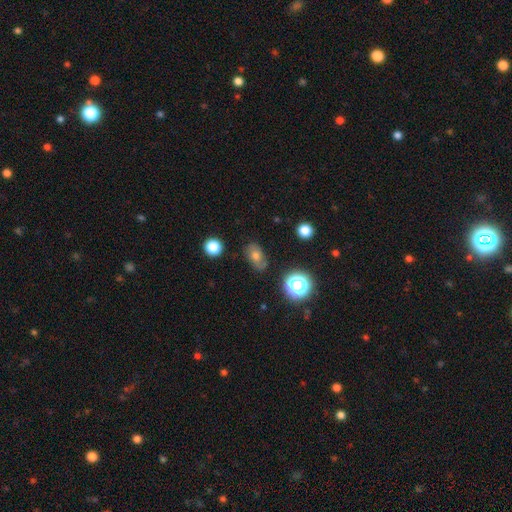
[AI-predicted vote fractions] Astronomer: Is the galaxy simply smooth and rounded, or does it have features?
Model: smooth — 63%.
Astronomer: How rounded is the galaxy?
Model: in between — 77%.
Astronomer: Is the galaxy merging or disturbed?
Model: none — 66%.